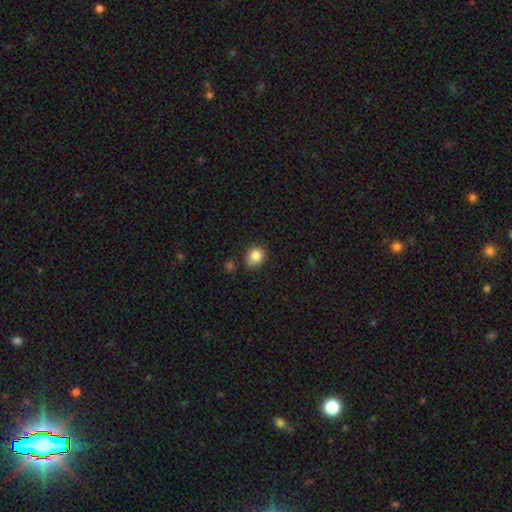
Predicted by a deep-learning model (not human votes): smooth-or-featured: smooth: 85% | star or artifact: 10% | featured or disk: 5%
  how-rounded: round: 74% | in between: 25% | cigar-shaped: 1%
  merging: none: 69% | minor disturbance: 22% | merger: 5% | major disturbance: 4%